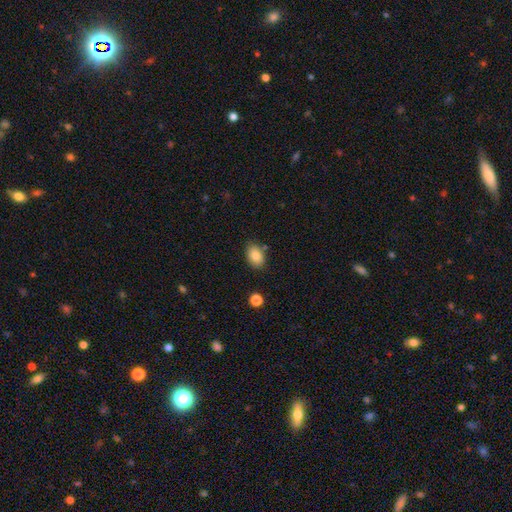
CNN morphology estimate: smooth-or-featured: smooth: 87% | star or artifact: 8% | featured or disk: 5%
  how-rounded: in between: 83% | round: 15% | cigar-shaped: 1%
  merging: none: 80% | minor disturbance: 13% | merger: 4% | major disturbance: 3%